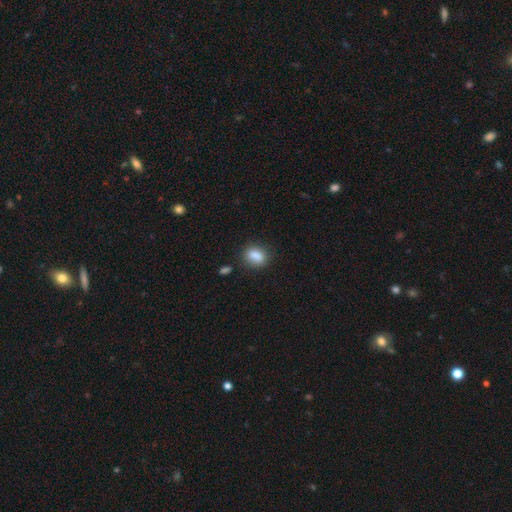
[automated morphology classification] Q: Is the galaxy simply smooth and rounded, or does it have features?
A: smooth — 85%.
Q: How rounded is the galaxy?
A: in between — 69%.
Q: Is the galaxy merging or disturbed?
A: none — 72%.